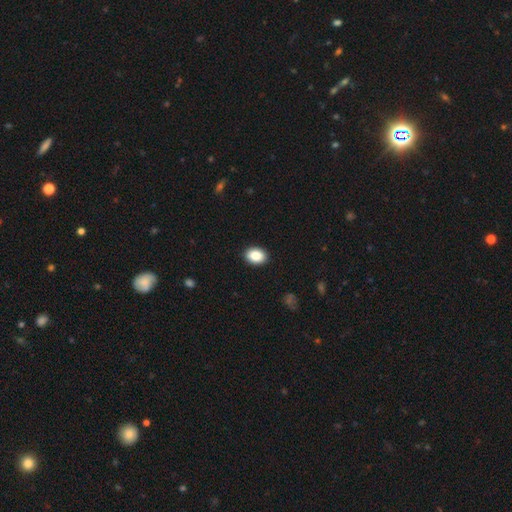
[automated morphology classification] type=smooth (88%); roundness=in between (75%); merging=none (91%).